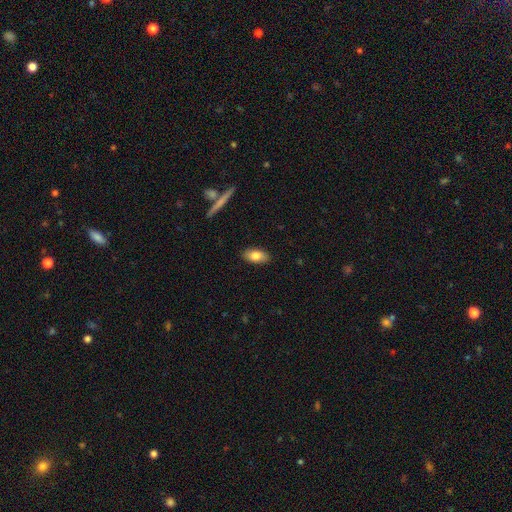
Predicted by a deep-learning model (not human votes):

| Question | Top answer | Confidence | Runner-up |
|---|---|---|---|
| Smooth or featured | smooth | 80% | featured or disk (13%) |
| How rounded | in between | 90% | cigar-shaped (6%) |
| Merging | none | 88% | minor disturbance (9%) |